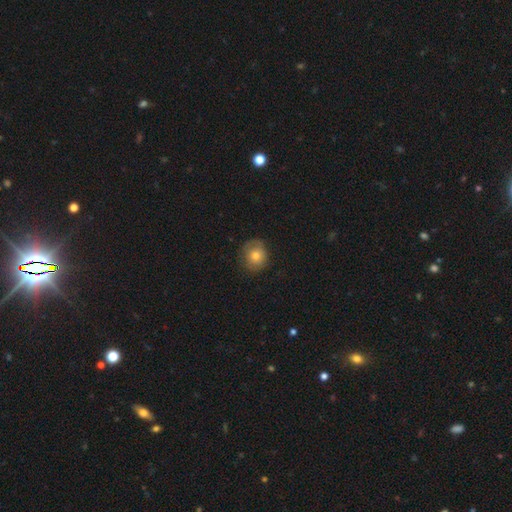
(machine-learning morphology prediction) A smooth galaxy with no disk features (70%) that is round (81%).

Vote fractions:
- Smooth or featured? smooth: 70% / featured or disk: 21% / star or artifact: 9%
- How rounded? round: 81% / in between: 18% / cigar-shaped: 1%
- Merging? none: 78% / minor disturbance: 16% / major disturbance: 5% / merger: 1%